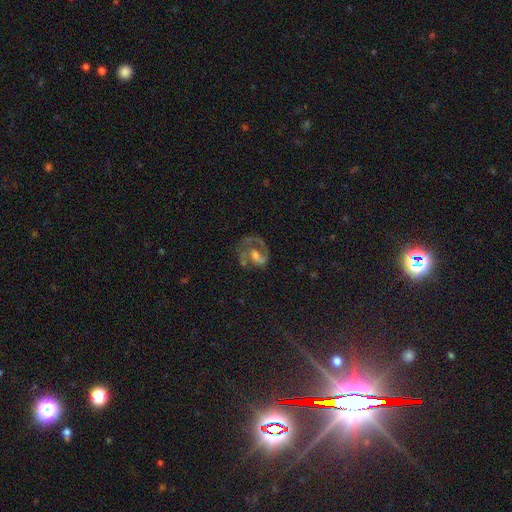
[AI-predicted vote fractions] This appears to be a featured or disk galaxy (74%) with a weak bar (43%), 2 (52%) medium (49%) spiral arms (83%) and a moderate central bulge (50%). Merging: none (48%).